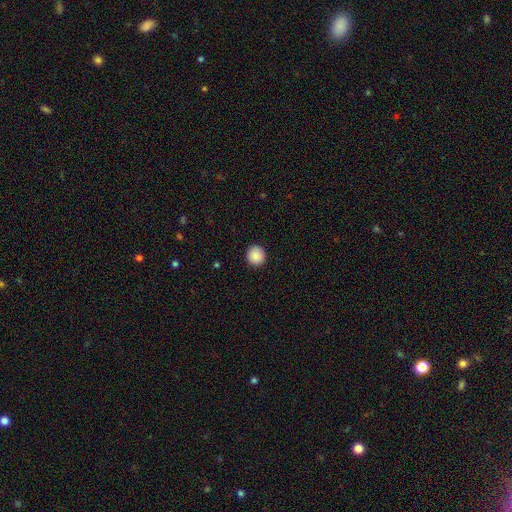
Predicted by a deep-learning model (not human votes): Q: Smooth or featured?
A: smooth (88%); runner-up: star or artifact (8%)
Q: How rounded?
A: round (92%); runner-up: in between (7%)
Q: Merging?
A: none (92%); runner-up: minor disturbance (5%)